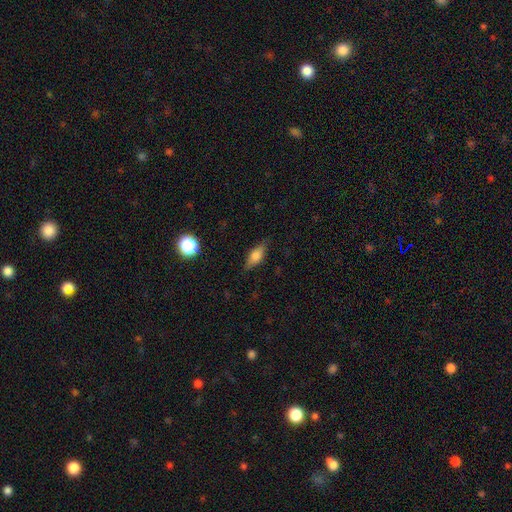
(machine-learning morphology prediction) smooth-or-featured: smooth: 68% | featured or disk: 24% | star or artifact: 8%
  how-rounded: in between: 71% | cigar-shaped: 24% | round: 5%
  merging: none: 82% | minor disturbance: 14% | major disturbance: 3% | merger: 1%